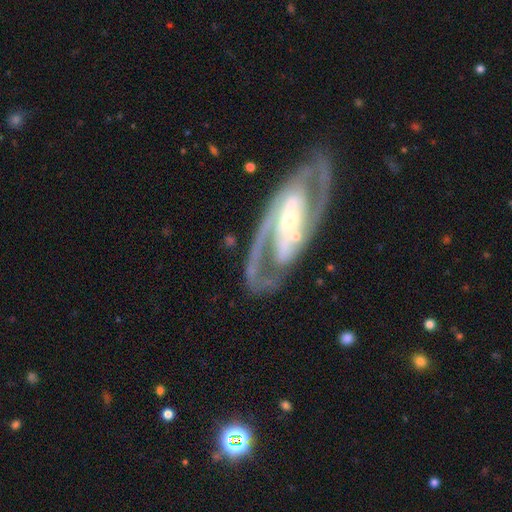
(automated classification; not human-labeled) smooth_or_featured: featured or disk (p=0.91) [alt: smooth p=0.05]
disk_edge_on: no (p=0.94) [alt: yes p=0.06]
bar: strong (p=0.46) [alt: weak p=0.31]
has_spiral_arms: yes (p=0.96) [alt: no p=0.04]
spiral_winding: medium (p=0.49) [alt: tight p=0.41]
spiral_arm_count: 2 (p=0.88) [alt: can't tell p=0.04]
bulge_size: small (p=0.53) [alt: moderate p=0.37]
merging: none (p=0.82) [alt: minor disturbance p=0.11]